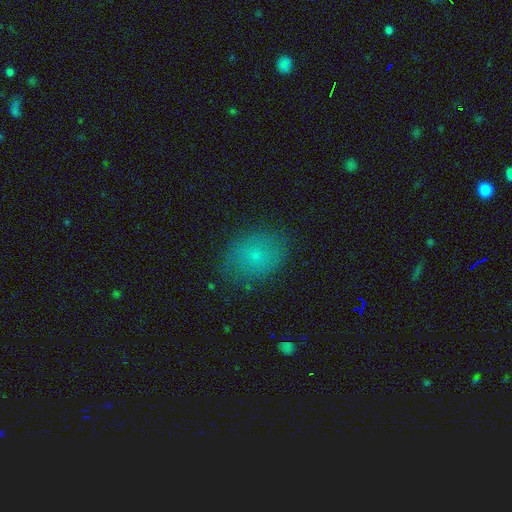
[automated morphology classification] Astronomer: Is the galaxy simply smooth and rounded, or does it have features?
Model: smooth — 68%.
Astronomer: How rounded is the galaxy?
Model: in between — 63%.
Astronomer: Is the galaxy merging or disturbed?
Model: none — 76%.